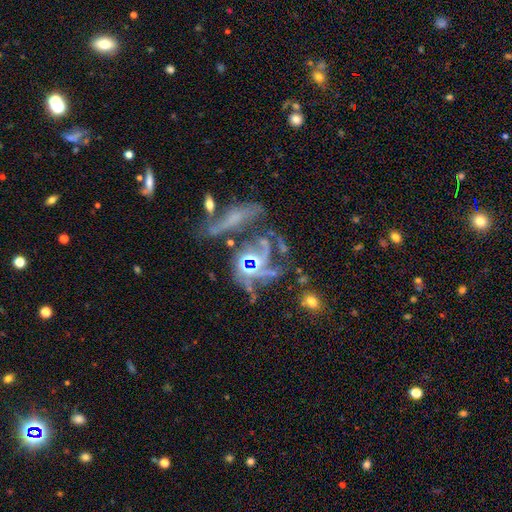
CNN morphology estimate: type=star or artifact (45%).